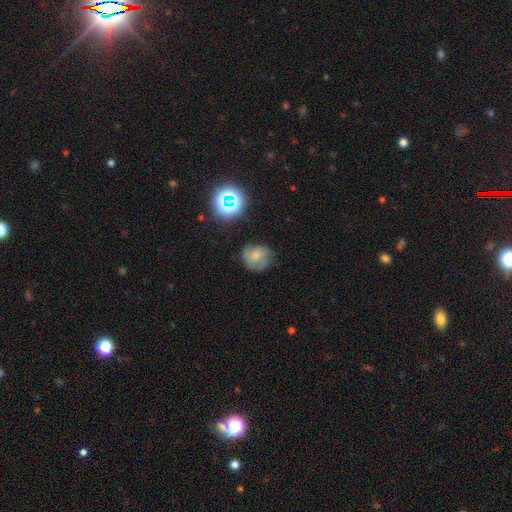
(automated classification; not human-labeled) smooth_or_featured: smooth (p=0.46) [alt: featured or disk p=0.39]
merging: none (p=0.68) [alt: minor disturbance p=0.22]